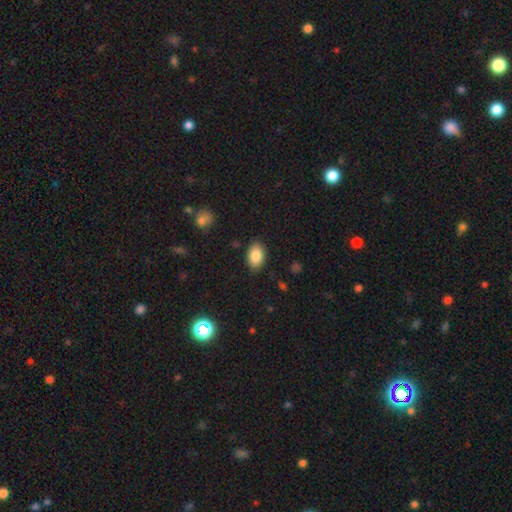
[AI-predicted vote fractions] A smooth galaxy with no disk features (85%) that is in between round and cigar-shaped (89%). Merging: none (86%).